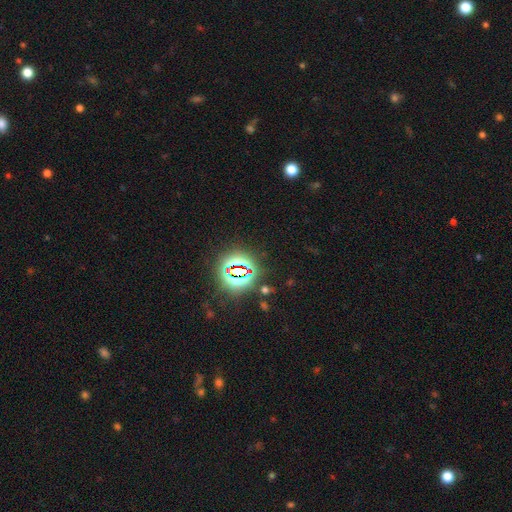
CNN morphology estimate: Smooth or featured?
  - star or artifact: 83% *
  - smooth: 11%
  - featured or disk: 6%